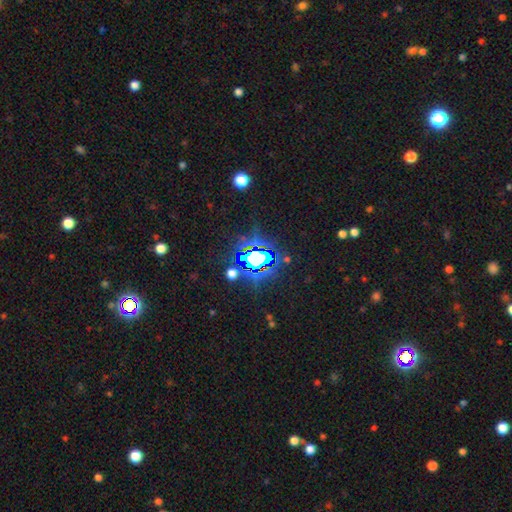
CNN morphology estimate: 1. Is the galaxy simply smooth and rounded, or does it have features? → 73% star or artifact, 15% smooth, 12% featured or disk.